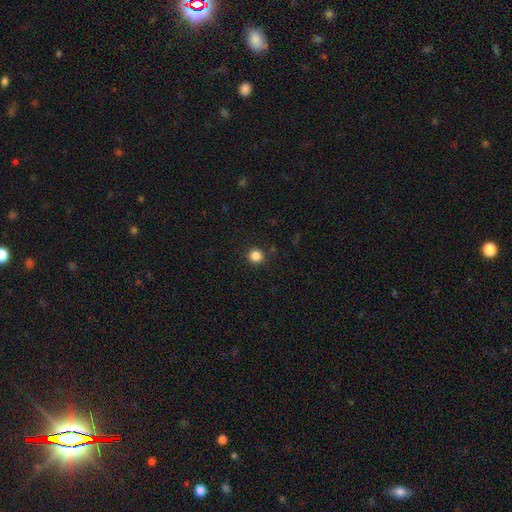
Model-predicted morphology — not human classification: A smooth galaxy with no disk features (85%) that is round (94%). Merging: none (92%).